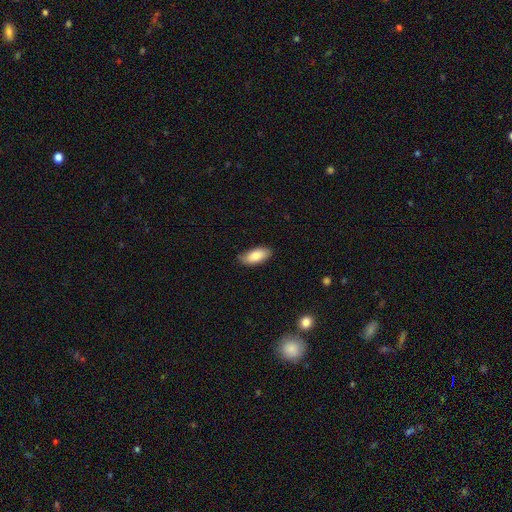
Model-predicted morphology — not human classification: This appears to be a smooth galaxy with no disk features (82%) that is in between round and cigar-shaped (90%). Merging: none (80%).